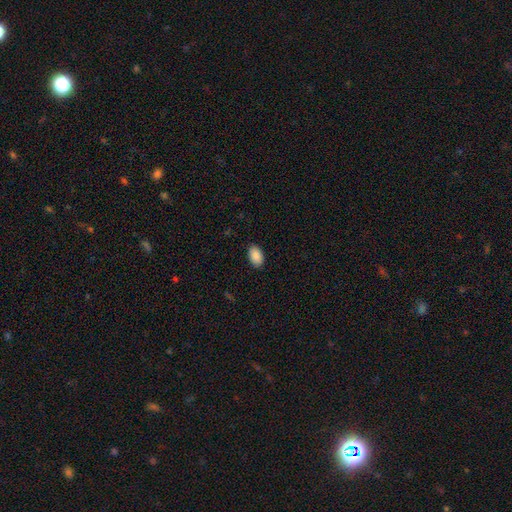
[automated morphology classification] A smooth galaxy with no disk features (90%) that is in between round and cigar-shaped (93%). Merging: none (88%).